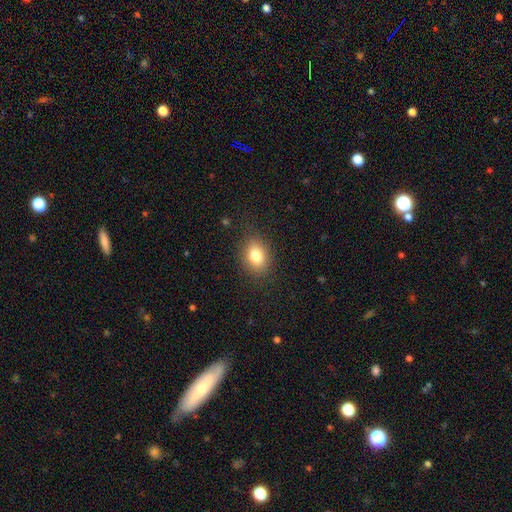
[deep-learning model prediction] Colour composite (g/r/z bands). It shows a smooth galaxy with no disk features (81%) that is in between round and cigar-shaped (64%). Merging: none (84%).